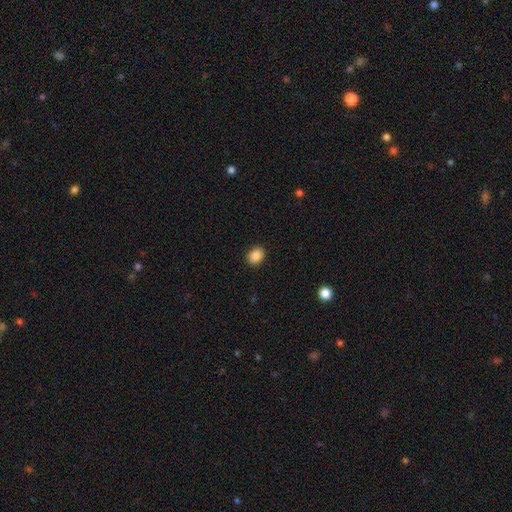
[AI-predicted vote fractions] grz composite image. It shows a smooth galaxy with no disk features (88%) that is round (50%). Merging: none (91%).